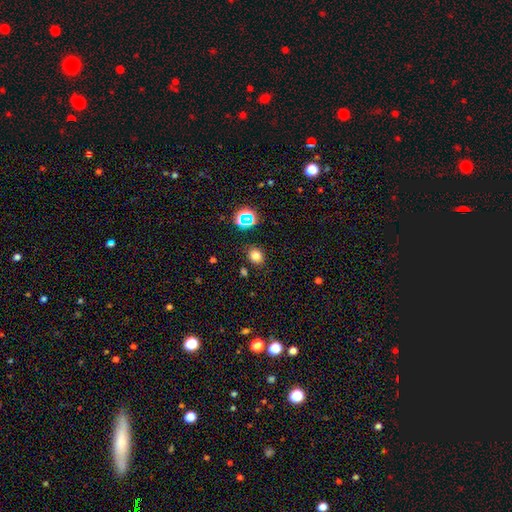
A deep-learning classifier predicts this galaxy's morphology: Smooth or featured: smooth — 75% (star or artifact — 18%)
How rounded: round — 62% (in between — 38%)
Merging: none — 83% (minor disturbance — 10%)